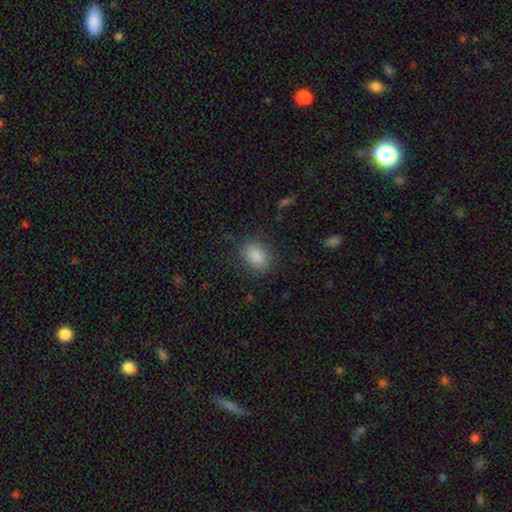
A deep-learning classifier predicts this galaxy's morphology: This is clearly a smooth galaxy (87%). How rounded: likely in between (77%). Merging: clearly none (84%).